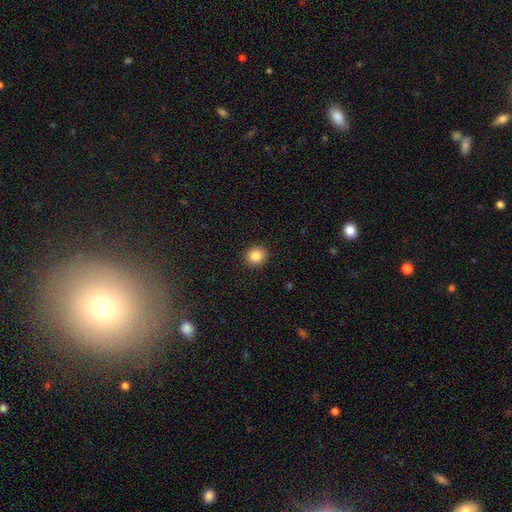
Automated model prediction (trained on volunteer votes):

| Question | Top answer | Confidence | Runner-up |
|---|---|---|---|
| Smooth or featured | smooth | 86% | star or artifact (10%) |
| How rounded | round | 88% | in between (11%) |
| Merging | none | 91% | minor disturbance (6%) |